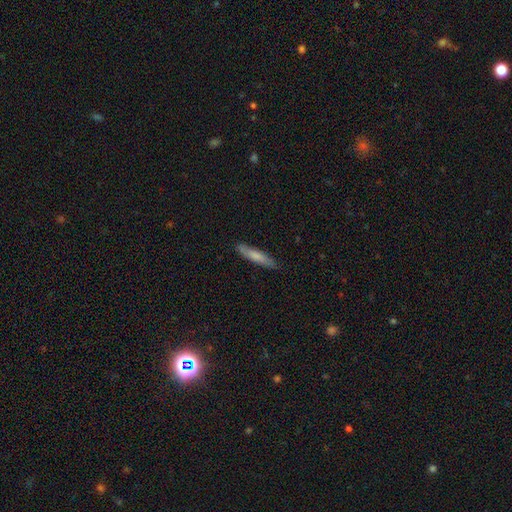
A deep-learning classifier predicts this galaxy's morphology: Smooth or featured? Predicted: smooth (p=0.70). How rounded? Predicted: cigar-shaped (p=0.87). Merging? Predicted: none (p=0.84).